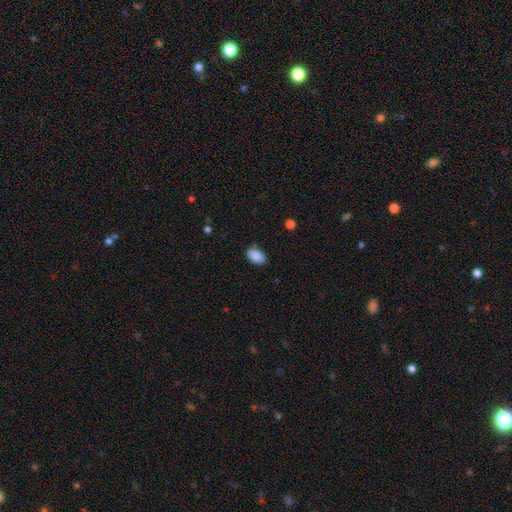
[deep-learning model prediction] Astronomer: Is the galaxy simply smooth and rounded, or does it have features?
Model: smooth — 90%.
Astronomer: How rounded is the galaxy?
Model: in between — 91%.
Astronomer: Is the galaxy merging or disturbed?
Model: none — 82%.